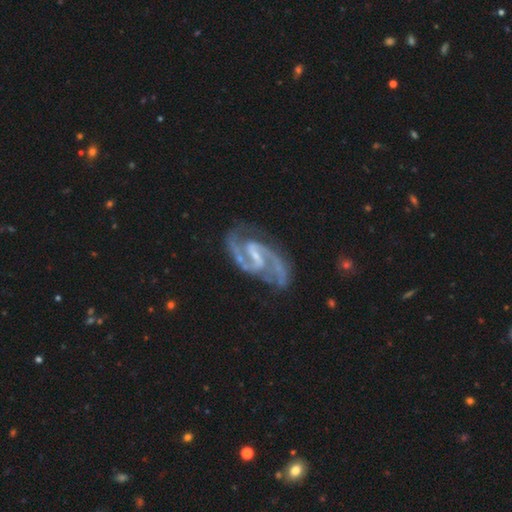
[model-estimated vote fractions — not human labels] Smooth or featured: featured or disk — 93% (star or artifact — 4%)
Edge-on disk: no — 98% (yes — 2%)
Bar: weak — 48% (strong — 38%)
Spiral arms: yes — 98% (no — 2%)
Spiral winding: medium — 64% (loose — 18%)
Spiral arm count: 2 — 93% (3 — 2%)
Bulge size: small — 59% (none — 22%)
Merging: none — 72% (minor disturbance — 18%)